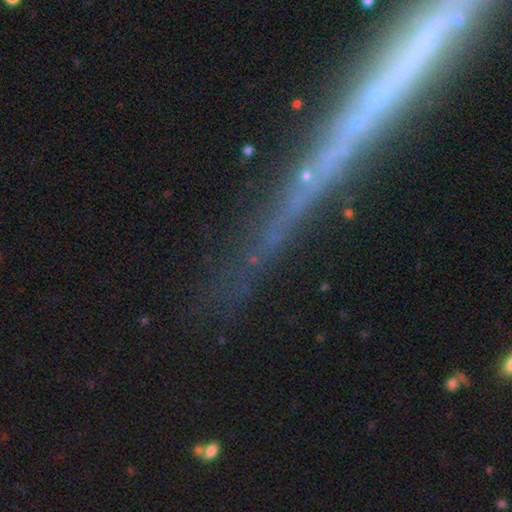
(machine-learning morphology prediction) This is marginally a featured or disk galaxy (40%). Merging: likely none (64%).